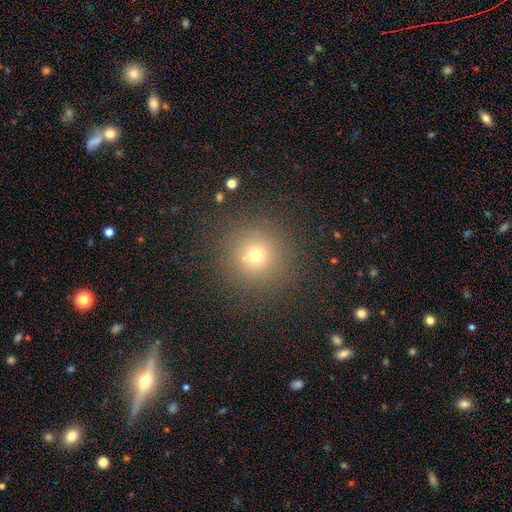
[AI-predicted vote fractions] Smooth or featured?
  - smooth: 69% *
  - star or artifact: 22%
  - featured or disk: 10%
How rounded?
  - round: 94% *
  - in between: 5%
  - cigar-shaped: 1%
Merging?
  - none: 88% *
  - minor disturbance: 7%
  - major disturbance: 3%
  - merger: 2%